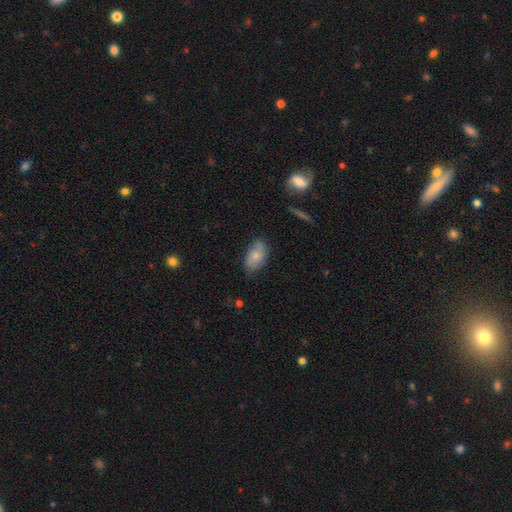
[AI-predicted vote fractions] Morphology: type=smooth (69%); roundness=in between (92%); merging=none (69%).